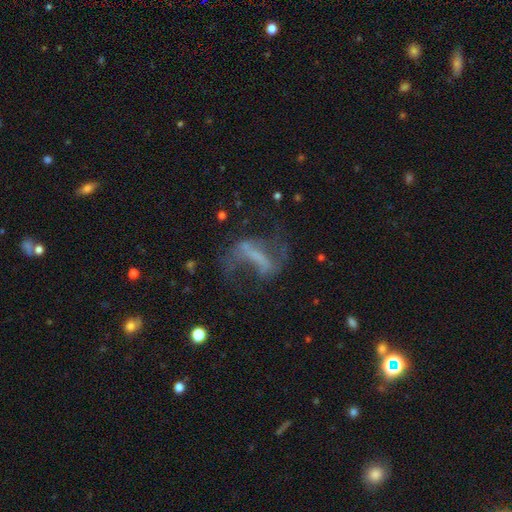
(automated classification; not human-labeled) Morphology: type=featured or disk (67%); edge-on=no (92%); bar=strong (55%); spiral arms=yes (67%); bulge=none (65%); merging=none (46%).